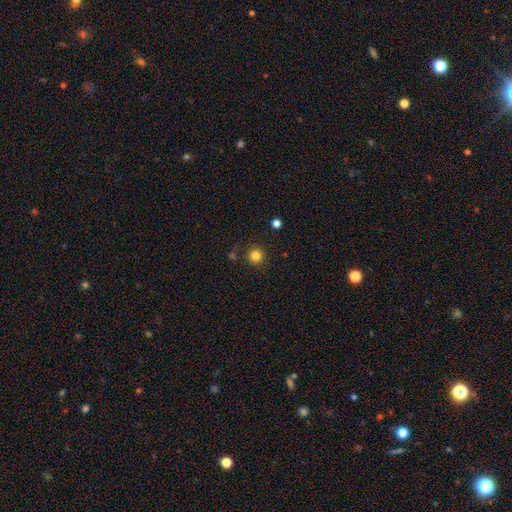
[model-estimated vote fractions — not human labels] The model was most divided on "smooth or featured": smooth: 82%, star or artifact: 13%, featured or disk: 5%. More confident: how rounded — round (95%); merging — none (86%).